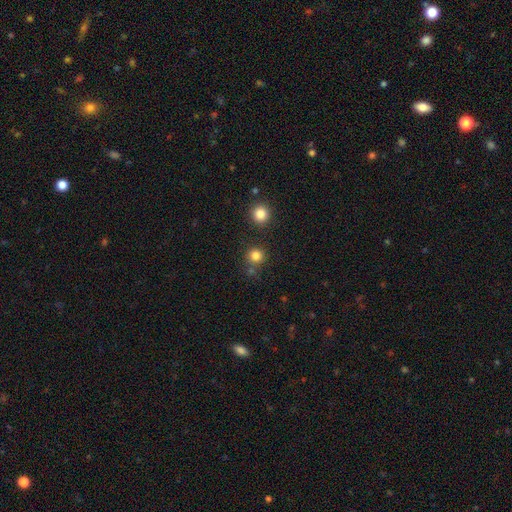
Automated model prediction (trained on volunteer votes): smooth 82%, star or artifact 14%, featured or disk 5%. Down the decision tree: how rounded — round (93%); merging — none (79%).